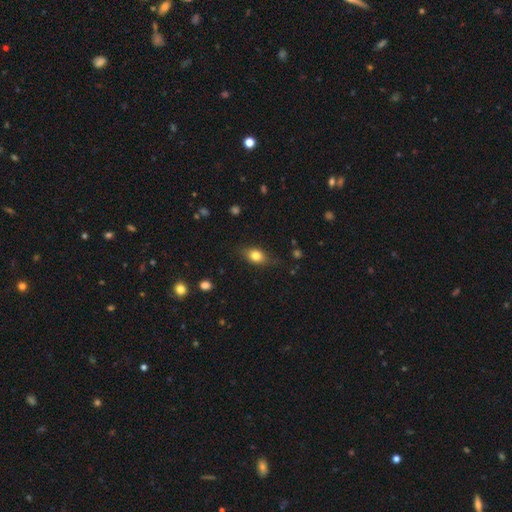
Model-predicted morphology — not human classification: The model was most divided on "how rounded": in between: 74%, round: 21%, cigar-shaped: 5%. More confident: smooth or featured — smooth (79%); merging — none (78%).